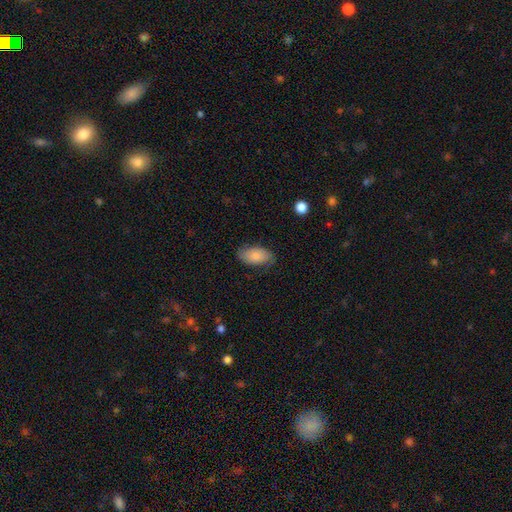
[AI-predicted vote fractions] A smooth galaxy with no disk features (78%) that is in between round and cigar-shaped (94%).

Vote fractions:
- Smooth or featured? smooth: 78% / featured or disk: 16% / star or artifact: 6%
- How rounded? in between: 94% / round: 3% / cigar-shaped: 3%
- Merging? none: 76% / minor disturbance: 18% / major disturbance: 4% / merger: 1%